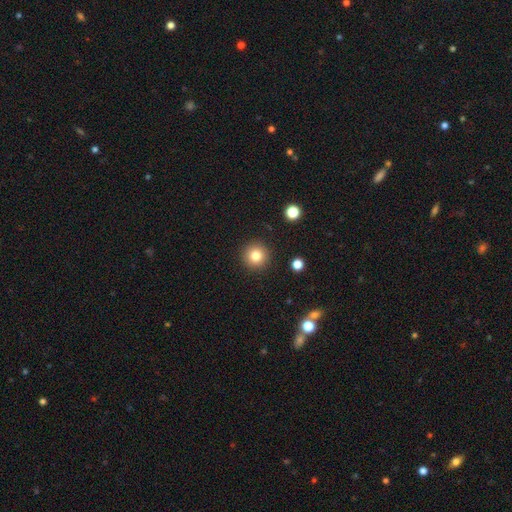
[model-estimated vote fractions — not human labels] smooth-or-featured: smooth: 81% | star or artifact: 11% | featured or disk: 8%
  how-rounded: round: 95% | in between: 4% | cigar-shaped: 1%
  merging: none: 91% | minor disturbance: 5% | major disturbance: 2% | merger: 1%